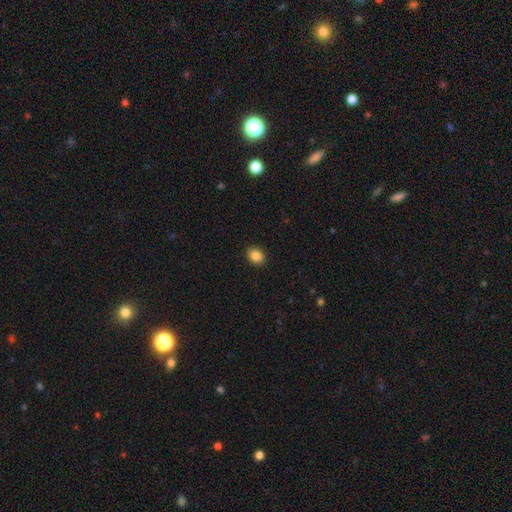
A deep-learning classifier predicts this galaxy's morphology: Q: Smooth or featured?
A: smooth (88%); runner-up: star or artifact (9%)
Q: How rounded?
A: in between (59%); runner-up: round (40%)
Q: Merging?
A: none (90%); runner-up: minor disturbance (7%)